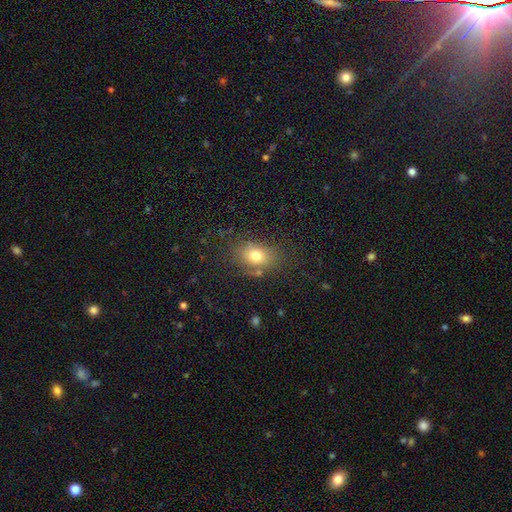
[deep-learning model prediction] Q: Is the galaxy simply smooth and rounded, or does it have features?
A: smooth — 76%.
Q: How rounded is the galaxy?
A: in between — 68%.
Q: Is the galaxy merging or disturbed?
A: none — 73%.